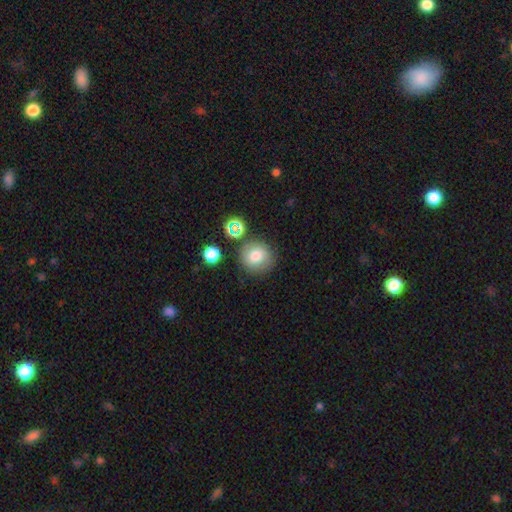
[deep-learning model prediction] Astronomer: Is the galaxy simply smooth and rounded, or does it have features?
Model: smooth — 77%.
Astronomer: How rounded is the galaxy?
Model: round — 89%.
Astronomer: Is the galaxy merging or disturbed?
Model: none — 77%.